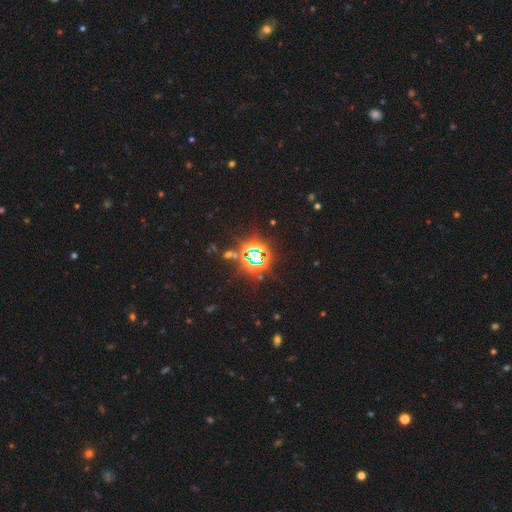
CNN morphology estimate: smooth-or-featured: star or artifact: 81% | smooth: 10% | featured or disk: 9%